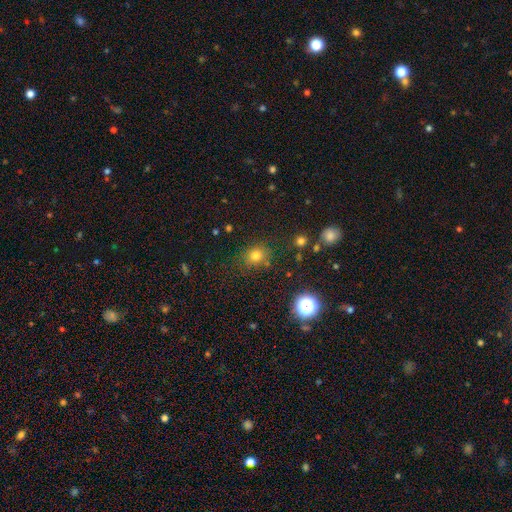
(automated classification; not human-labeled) Smooth or featured?
  - smooth: 75% *
  - star or artifact: 18%
  - featured or disk: 7%
How rounded?
  - round: 76% *
  - in between: 23%
  - cigar-shaped: 1%
Merging?
  - none: 82% *
  - minor disturbance: 11%
  - major disturbance: 4%
  - merger: 3%